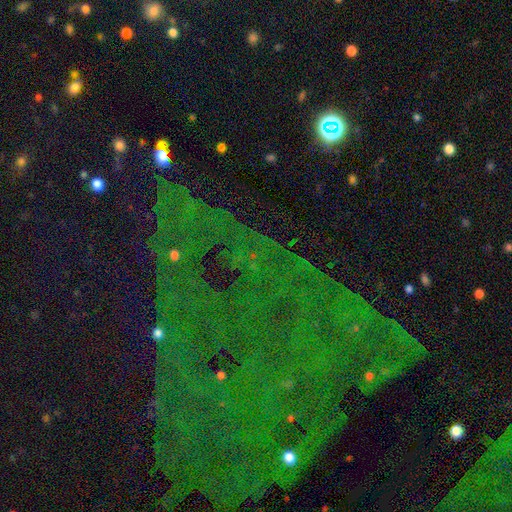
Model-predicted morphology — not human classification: Overall: star or artifact (79%).